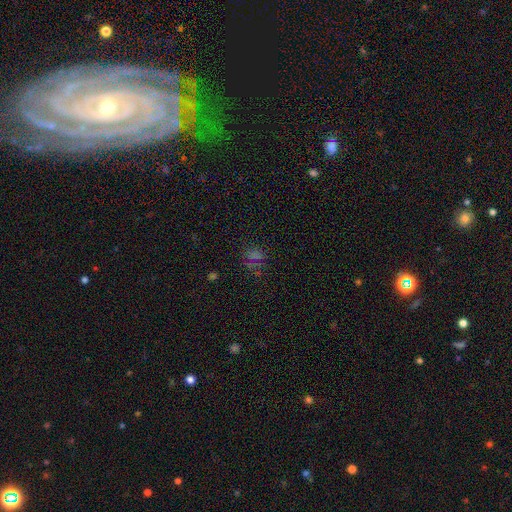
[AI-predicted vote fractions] Smooth or featured? star or artifact (46%)